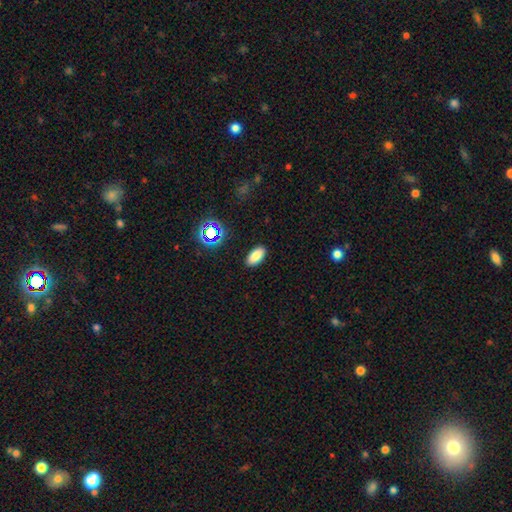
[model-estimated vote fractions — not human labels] The model was most divided on "smooth or featured": smooth: 81%, star or artifact: 13%, featured or disk: 6%. More confident: how rounded — in between (91%); merging — none (89%).